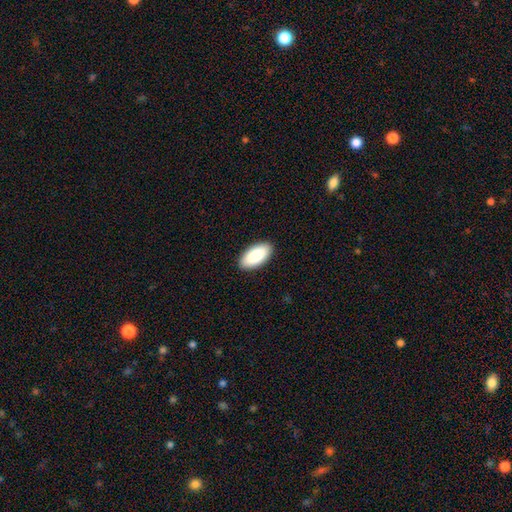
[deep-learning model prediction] The model was most divided on "merging": none: 90%, minor disturbance: 7%, major disturbance: 2%, merger: 1%. More confident: how rounded — in between (95%); smooth or featured — smooth (90%).